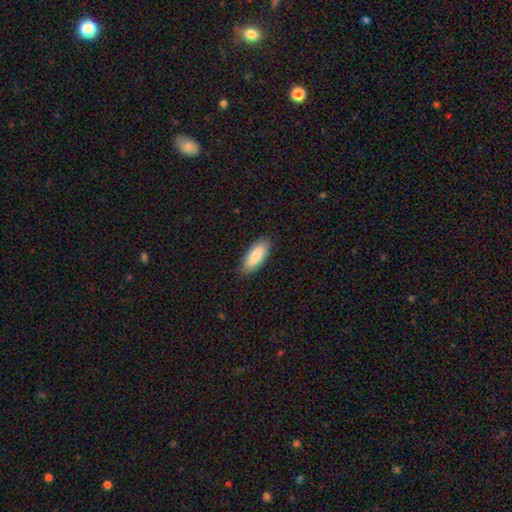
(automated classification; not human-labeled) Smooth or featured: smooth — 85% (featured or disk — 9%)
How rounded: in between — 81% (cigar-shaped — 17%)
Merging: none — 86% (minor disturbance — 11%)